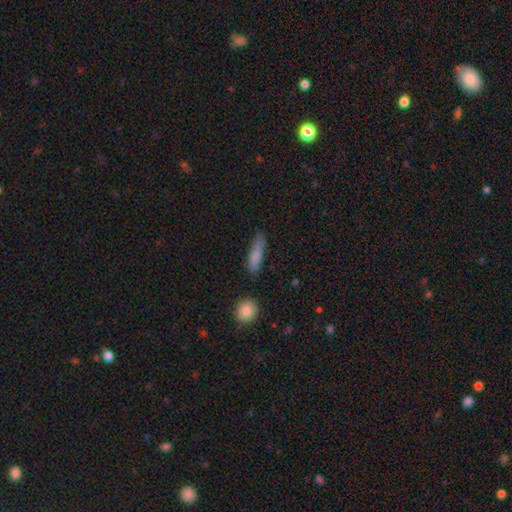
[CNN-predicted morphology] Overall: smooth (81%). How rounded: cigar-shaped (69%; in between 29%). Merging: none (67%).